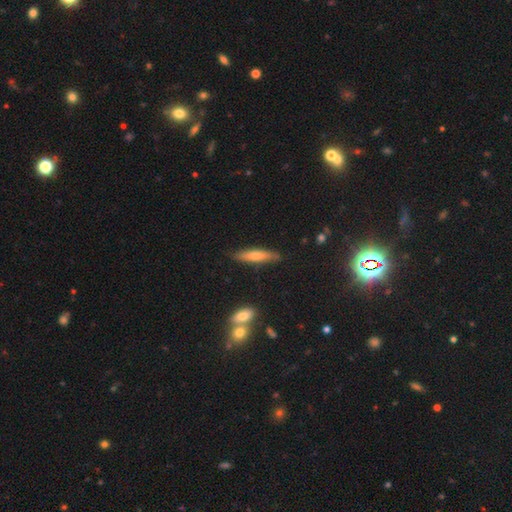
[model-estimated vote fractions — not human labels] Smooth or featured: smooth — 68% (featured or disk — 26%)
How rounded: cigar-shaped — 81% (in between — 17%)
Merging: none — 84% (minor disturbance — 12%)